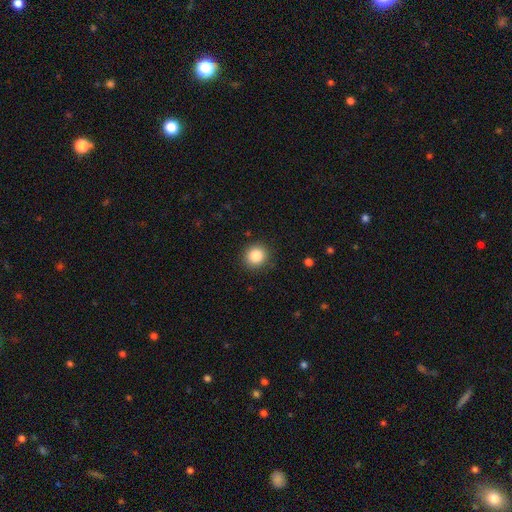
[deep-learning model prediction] Smooth or featured: smooth — 86% (star or artifact — 10%)
How rounded: round — 89% (in between — 10%)
Merging: none — 89% (minor disturbance — 8%)